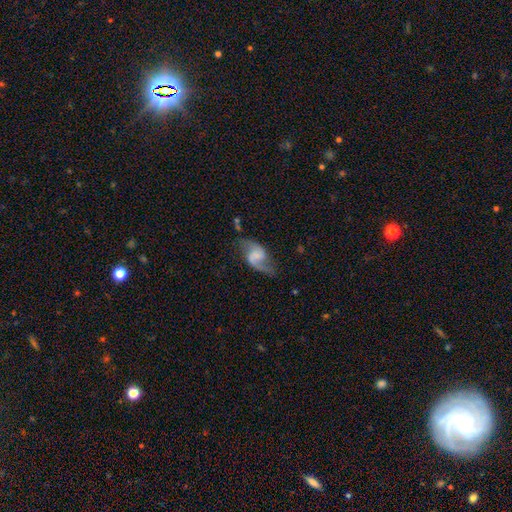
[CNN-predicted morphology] Q: Smooth or featured?
A: featured or disk (80%); runner-up: smooth (13%)
Q: Edge-on disk?
A: no (97%); runner-up: yes (3%)
Q: Bar?
A: weak (47%); runner-up: no (33%)
Q: Spiral arms?
A: yes (94%); runner-up: no (6%)
Q: Spiral winding?
A: loose (59%); runner-up: medium (34%)
Q: Spiral arm count?
A: 2 (89%); runner-up: 1 (5%)
Q: Bulge size?
A: none (48%); runner-up: small (26%)
Q: Merging?
A: none (66%); runner-up: minor disturbance (19%)